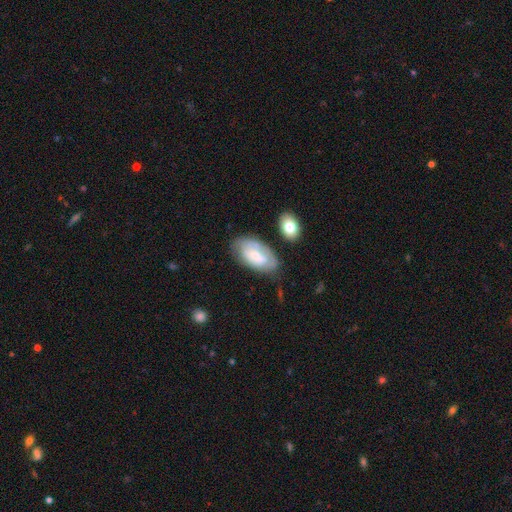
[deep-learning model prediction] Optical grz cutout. It shows a smooth galaxy with no disk features (48%). Merging: none (60%).